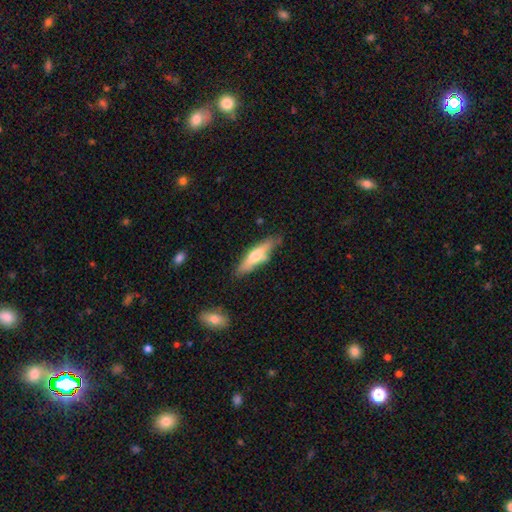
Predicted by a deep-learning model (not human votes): Morphology: type=smooth (55%); roundness=cigar-shaped (72%); merging=none (73%).